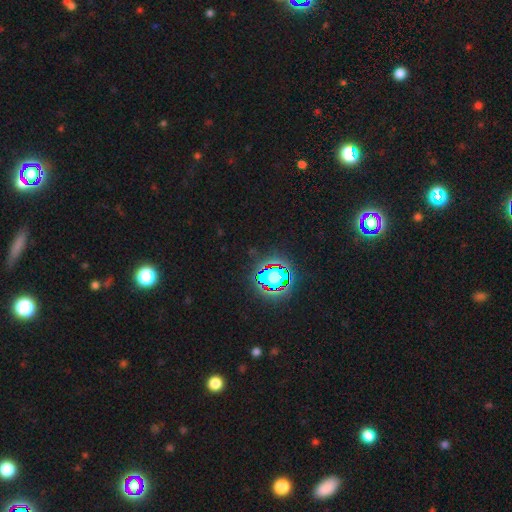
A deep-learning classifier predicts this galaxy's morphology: smooth_or_featured: star or artifact (p=0.78) [alt: smooth p=0.14]